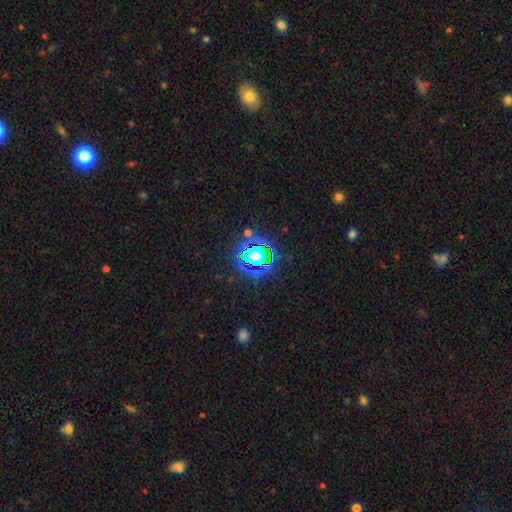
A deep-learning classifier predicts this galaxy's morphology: Smooth or featured: star or artifact — 80% (smooth — 13%)